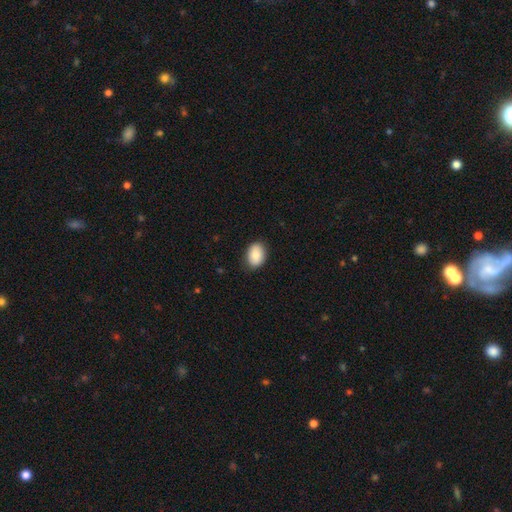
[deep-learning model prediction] The model was most divided on "how rounded": in between: 82%, round: 17%, cigar-shaped: 1%. More confident: smooth or featured — smooth (86%); merging — none (85%).